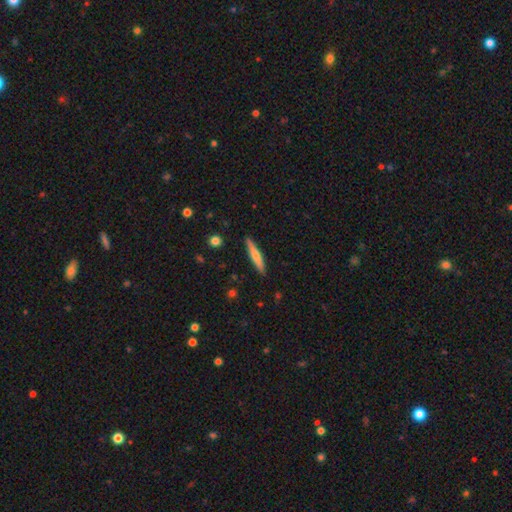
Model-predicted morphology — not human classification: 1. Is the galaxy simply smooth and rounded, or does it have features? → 59% smooth, 35% featured or disk, 6% star or artifact.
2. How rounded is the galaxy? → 91% cigar-shaped, 7% in between, 1% round.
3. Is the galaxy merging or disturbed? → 89% none, 8% minor disturbance, 2% major disturbance, 1% merger.